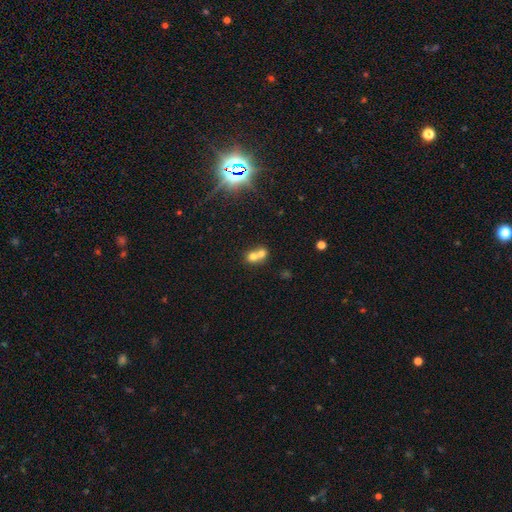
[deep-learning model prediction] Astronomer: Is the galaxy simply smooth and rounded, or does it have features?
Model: smooth — 68%.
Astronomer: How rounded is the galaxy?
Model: round — 68%.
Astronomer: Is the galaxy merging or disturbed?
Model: merger — 70%.